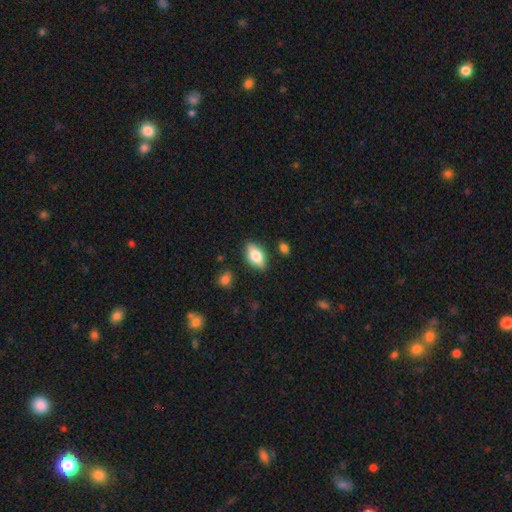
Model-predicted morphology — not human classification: Smooth or featured? smooth (70%)
How rounded? in between (86%)
Merging? none (84%)